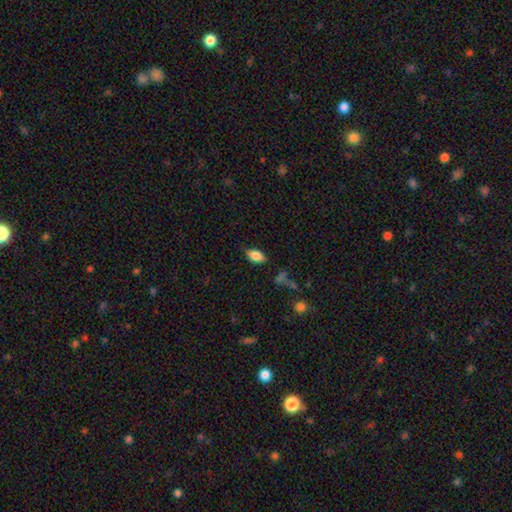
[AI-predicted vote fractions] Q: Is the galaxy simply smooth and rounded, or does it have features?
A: smooth — 80%.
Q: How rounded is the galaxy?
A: in between — 90%.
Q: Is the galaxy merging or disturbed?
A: none — 77%.